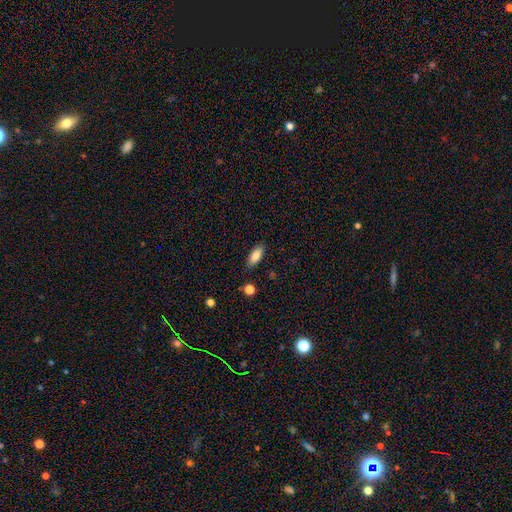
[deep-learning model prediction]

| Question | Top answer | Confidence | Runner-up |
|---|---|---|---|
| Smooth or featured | smooth | 84% | featured or disk (9%) |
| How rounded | in between | 84% | cigar-shaped (13%) |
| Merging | none | 85% | minor disturbance (11%) |